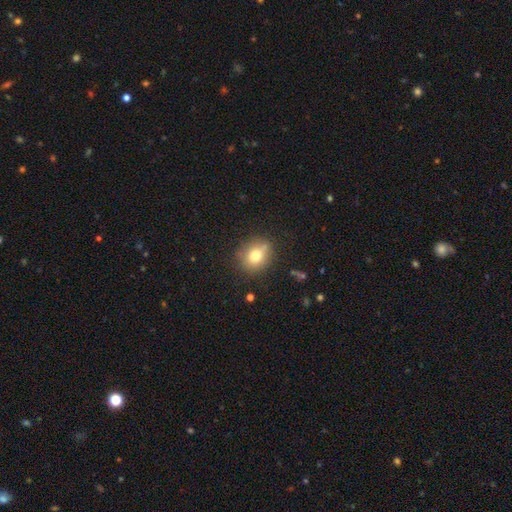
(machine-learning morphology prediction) smooth-or-featured: smooth: 74% | featured or disk: 14% | star or artifact: 12%
  how-rounded: round: 70% | in between: 29% | cigar-shaped: 1%
  merging: none: 77% | minor disturbance: 15% | major disturbance: 4% | merger: 4%